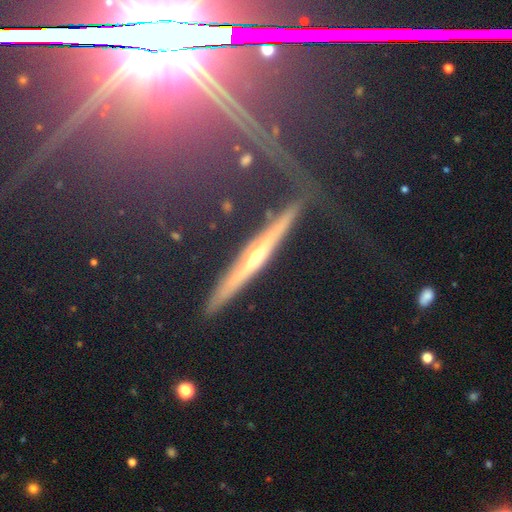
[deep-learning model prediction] Q: Smooth or featured?
A: featured or disk (71%); runner-up: smooth (15%)
Q: Edge-on disk?
A: yes (95%); runner-up: no (5%)
Q: Edge-on bulge?
A: rounded (72%); runner-up: none (22%)
Q: Merging?
A: none (84%); runner-up: minor disturbance (11%)